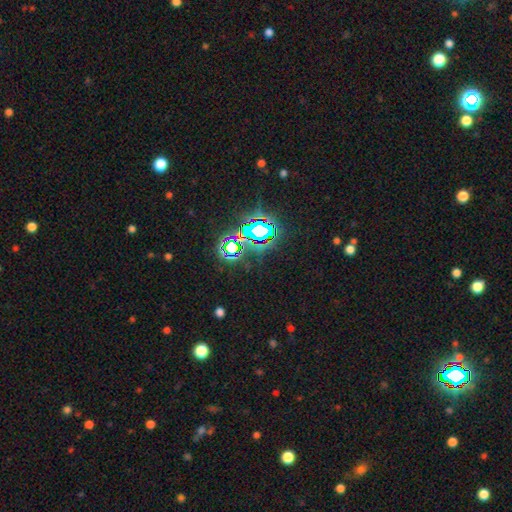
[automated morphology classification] smooth-or-featured: star or artifact: 80% | smooth: 13% | featured or disk: 7%